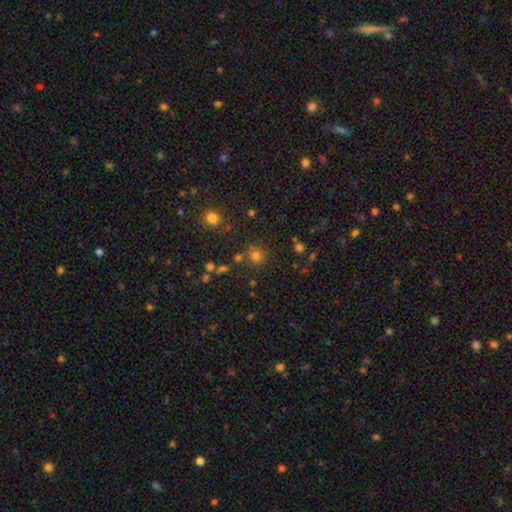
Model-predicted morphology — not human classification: smooth-or-featured: smooth: 71% | star or artifact: 22% | featured or disk: 7%
  how-rounded: round: 91% | in between: 8% | cigar-shaped: 1%
  merging: none: 77% | merger: 10% | minor disturbance: 9% | major disturbance: 4%